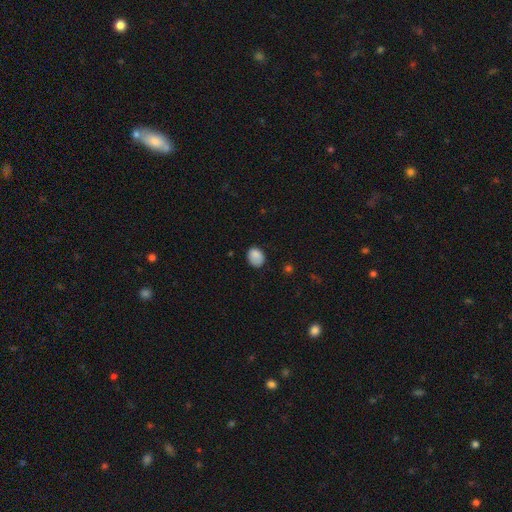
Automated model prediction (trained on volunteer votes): Smooth or featured? smooth (84%)
How rounded? in between (56%)
Merging? none (69%)